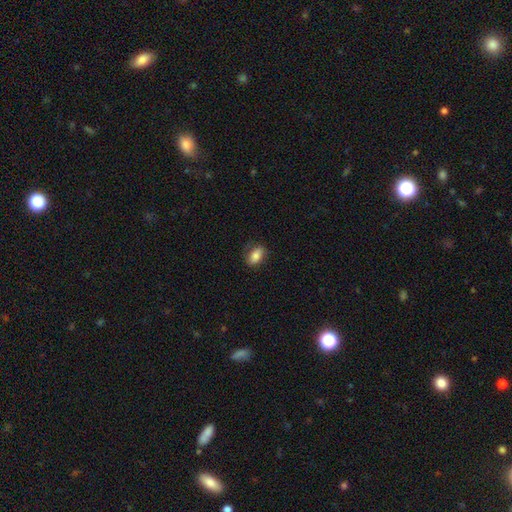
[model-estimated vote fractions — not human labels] Smooth or featured? smooth (82%)
How rounded? in between (88%)
Merging? none (79%)